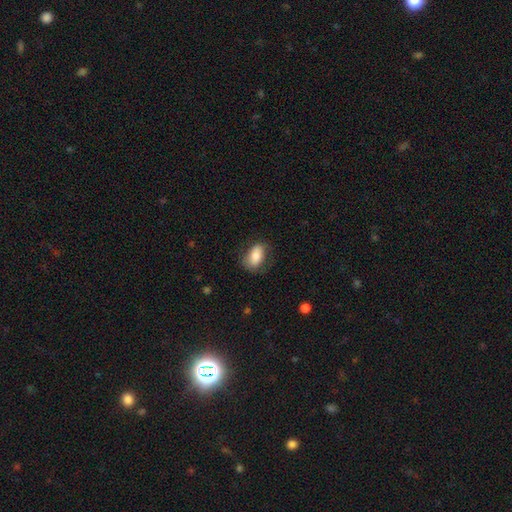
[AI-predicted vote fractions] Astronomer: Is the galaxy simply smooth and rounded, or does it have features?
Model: smooth — 78%.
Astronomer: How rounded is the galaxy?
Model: in between — 89%.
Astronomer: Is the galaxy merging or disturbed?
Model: none — 71%.